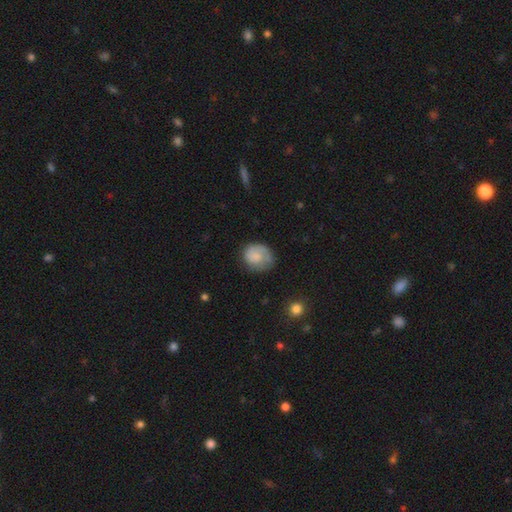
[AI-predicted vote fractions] This appears to be a smooth galaxy with no disk features (69%) that is round (70%). Merging: none (61%).